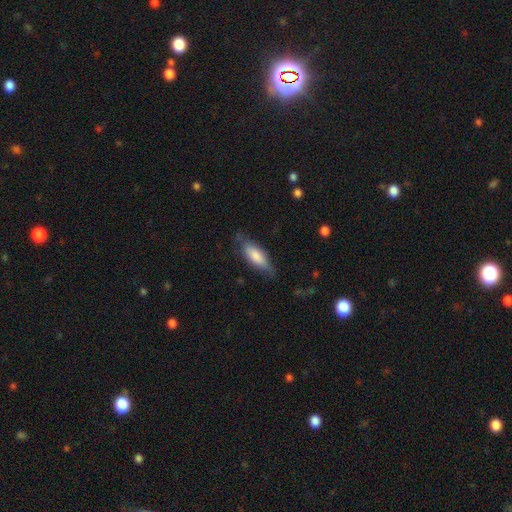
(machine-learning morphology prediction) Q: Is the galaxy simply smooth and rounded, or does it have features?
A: smooth — 73%.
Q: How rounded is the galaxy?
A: in between — 60%.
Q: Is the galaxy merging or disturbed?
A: none — 69%.